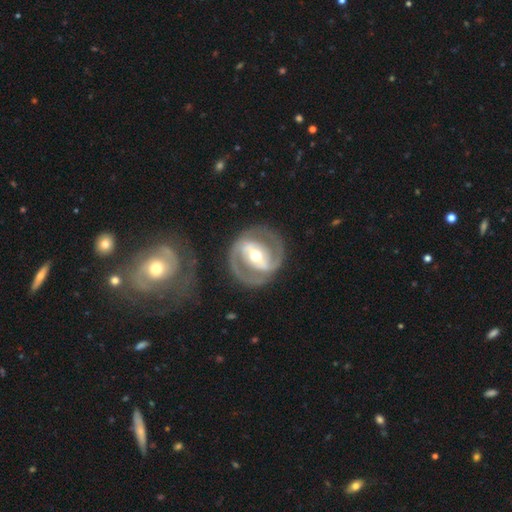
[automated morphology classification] Smooth or featured?
  - featured or disk: 85% *
  - smooth: 11%
  - star or artifact: 4%
Edge-on disk?
  - no: 97% *
  - yes: 3%
Bar?
  - strong: 58% *
  - weak: 27%
  - no: 15%
Spiral arms?
  - yes: 81% *
  - no: 19%
Spiral winding?
  - medium: 44% *
  - tight: 41%
  - loose: 14%
Spiral arm count?
  - 2: 87% *
  - can't tell: 6%
  - 1: 3%
  - 3: 2%
  - 4: 1%
  - more than 4: 1%
Bulge size?
  - moderate: 68% *
  - small: 23%
  - large: 7%
  - dominant: 1%
  - none: 1%
Merging?
  - none: 79% *
  - minor disturbance: 11%
  - major disturbance: 8%
  - merger: 2%